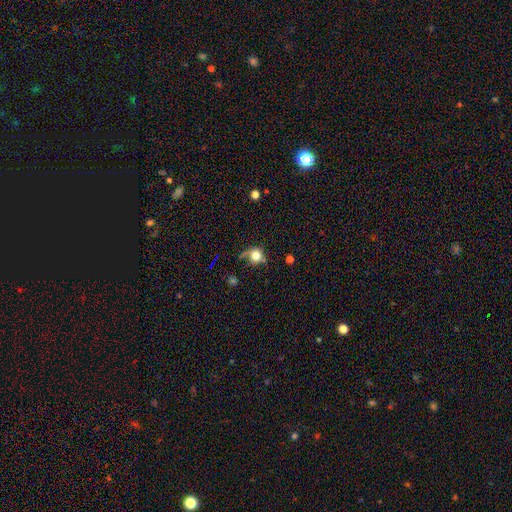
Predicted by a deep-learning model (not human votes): Overall: smooth (74%). How rounded: round (86%). Merging: none (53%; minor disturbance 24%).